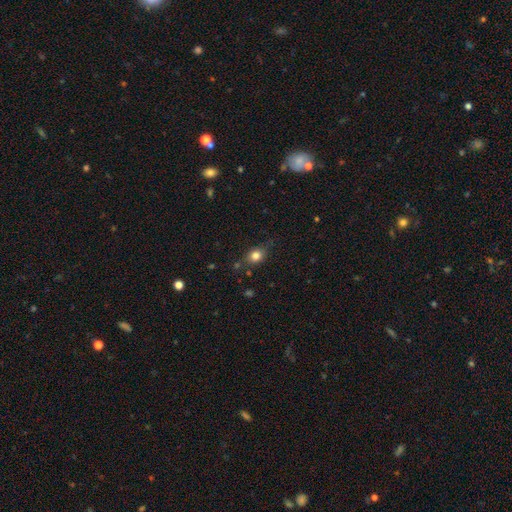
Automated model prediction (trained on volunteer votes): Smooth or featured? smooth (80%)
How rounded? round (58%)
Merging? none (72%)